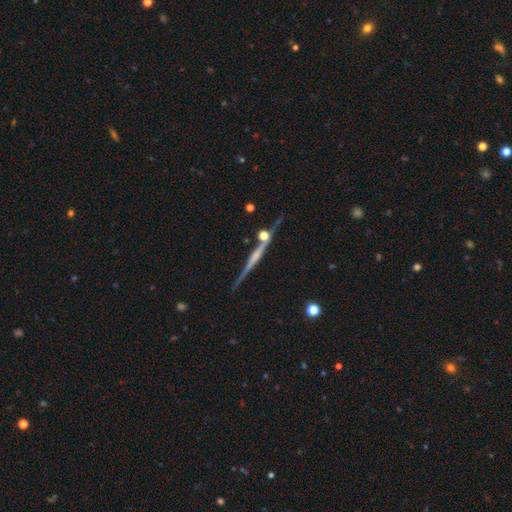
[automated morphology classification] Overall: featured or disk (76%). Edge-on disk: yes (98%). Edge-on bulge: rounded (47%; none 39%). Merging: none (80%).